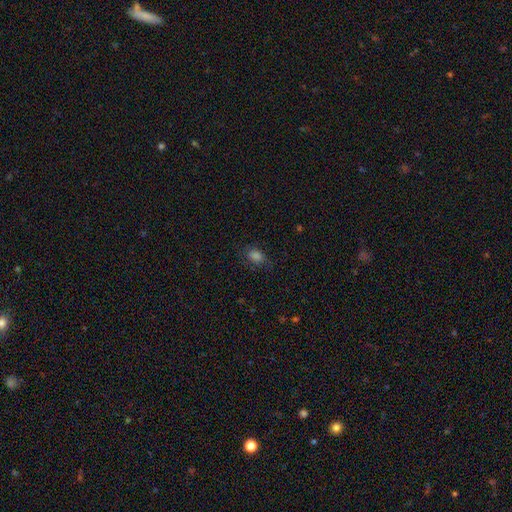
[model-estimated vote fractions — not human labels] A smooth galaxy with no disk features (68%) that is in between round and cigar-shaped (70%).

Vote fractions:
- Smooth or featured? smooth: 68% / star or artifact: 22% / featured or disk: 10%
- How rounded? in between: 70% / round: 28% / cigar-shaped: 2%
- Merging? none: 74% / minor disturbance: 17% / major disturbance: 7% / merger: 1%